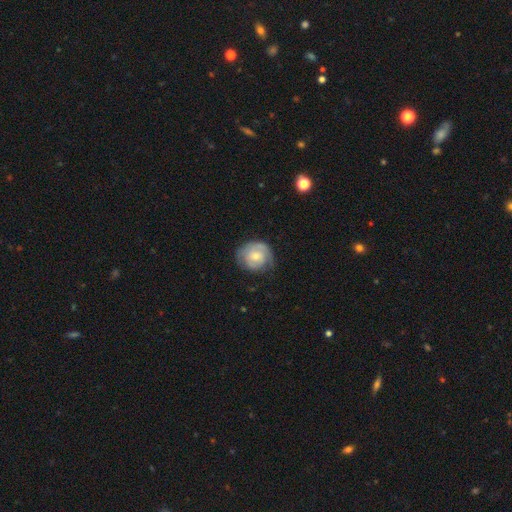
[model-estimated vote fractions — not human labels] Smooth or featured? Predicted: featured or disk (p=0.56). Edge-on disk? Predicted: no (p=0.97). Bar? Predicted: no (p=0.77). Spiral arms? Predicted: yes (p=0.74). Bulge size? Predicted: small (p=0.50). Merging? Predicted: none (p=0.67).